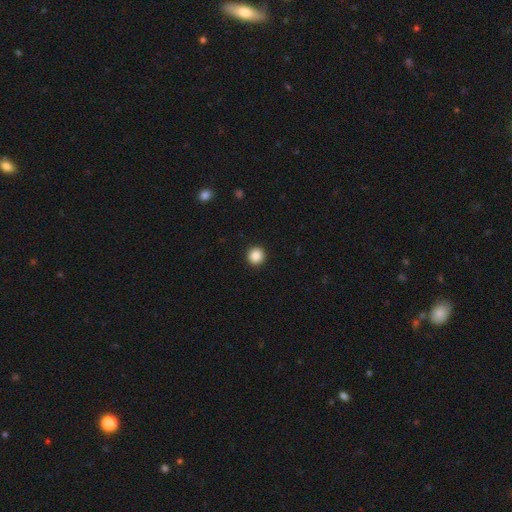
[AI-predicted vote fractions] A smooth galaxy with no disk features (88%) that is round (94%).

Vote fractions:
- Smooth or featured? smooth: 88% / star or artifact: 9% / featured or disk: 3%
- How rounded? round: 94% / in between: 5% / cigar-shaped: 1%
- Merging? none: 93% / minor disturbance: 4% / major disturbance: 2% / merger: 1%